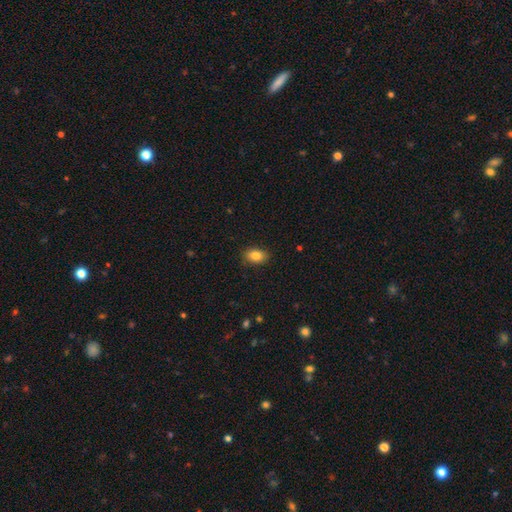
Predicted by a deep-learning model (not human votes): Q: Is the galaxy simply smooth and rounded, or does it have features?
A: smooth — 85%.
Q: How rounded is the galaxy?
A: in between — 82%.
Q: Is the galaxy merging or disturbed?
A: none — 87%.